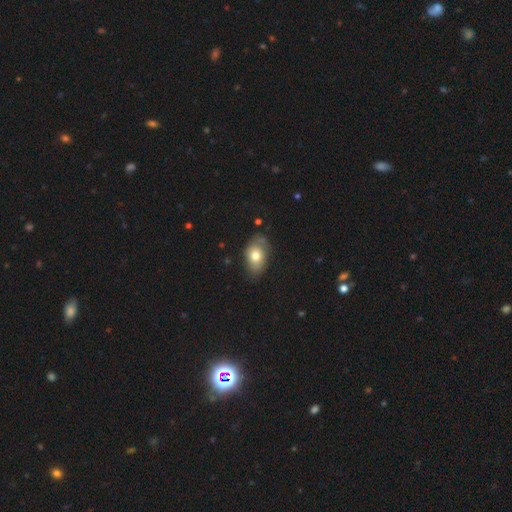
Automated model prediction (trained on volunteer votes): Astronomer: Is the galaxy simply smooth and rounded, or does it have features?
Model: smooth — 71%.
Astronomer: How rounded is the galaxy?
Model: in between — 86%.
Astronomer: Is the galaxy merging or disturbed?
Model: none — 65%.